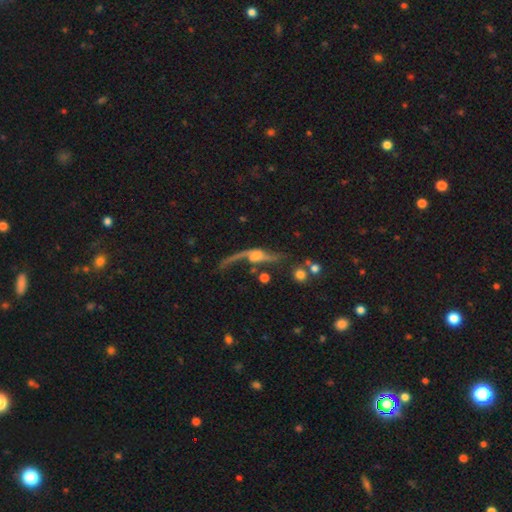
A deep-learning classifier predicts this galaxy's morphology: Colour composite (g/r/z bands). It shows a featured or disk galaxy (82%) with no bar (58%), 2 (87%) loose (93%) spiral arms (91%) and a moderate central bulge (36%). Merging: none (47%).